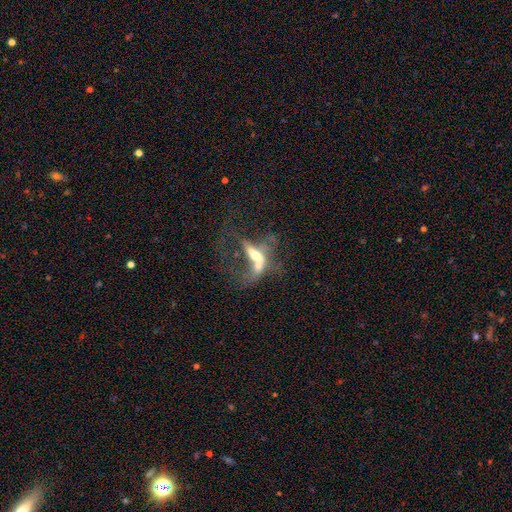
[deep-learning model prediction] A featured or disk galaxy (58%).

Vote fractions:
- Smooth or featured? featured or disk: 58% / smooth: 31% / star or artifact: 11%
- Edge-on disk? no: 73% / yes: 27%
- Merging? merger: 56% / major disturbance: 25% / none: 12% / minor disturbance: 7%